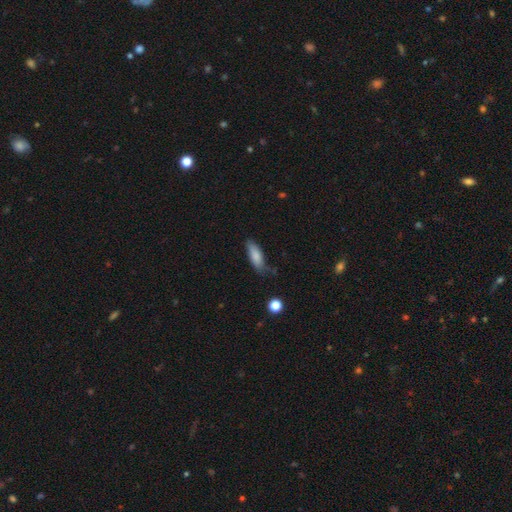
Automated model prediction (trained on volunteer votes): Morphology: type=smooth (83%); roundness=in between (58%); merging=none (67%).